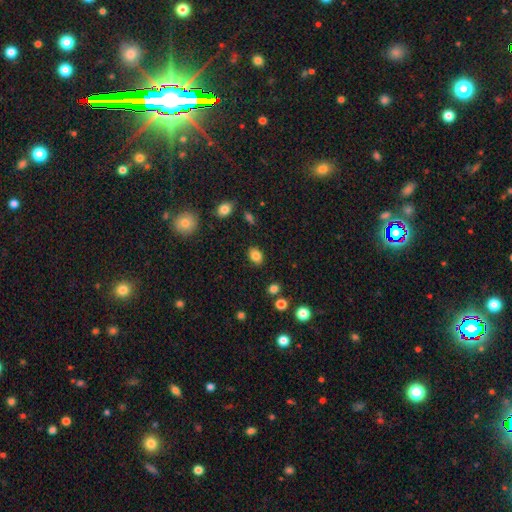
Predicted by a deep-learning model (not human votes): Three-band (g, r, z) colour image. It shows a smooth galaxy with no disk features (84%) that is in between round and cigar-shaped (74%). Merging: none (86%).